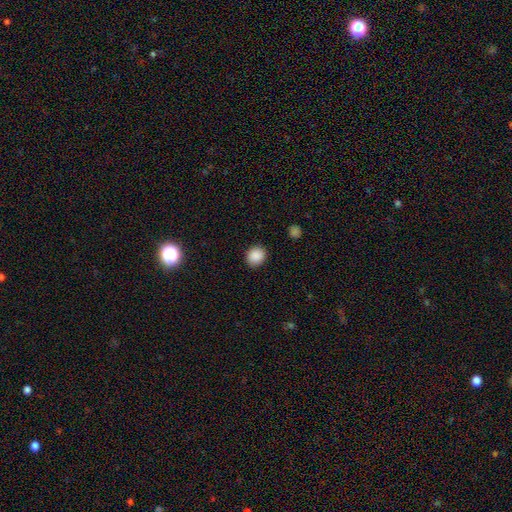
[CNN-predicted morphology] This is clearly a smooth galaxy (88%). How rounded: likely round (76%). Merging: clearly none (89%).